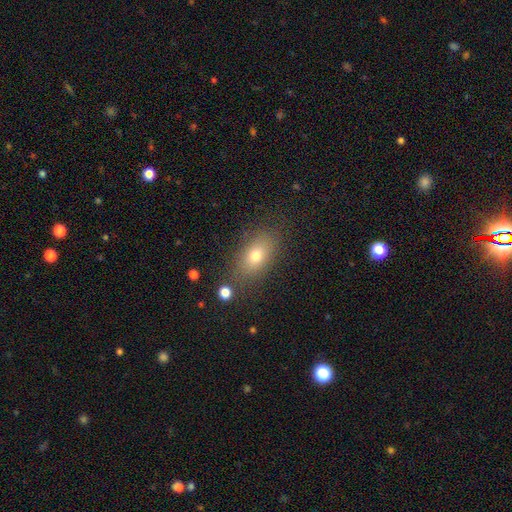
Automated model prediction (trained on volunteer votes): Smooth or featured? smooth (74%)
How rounded? in between (84%)
Merging? none (79%)